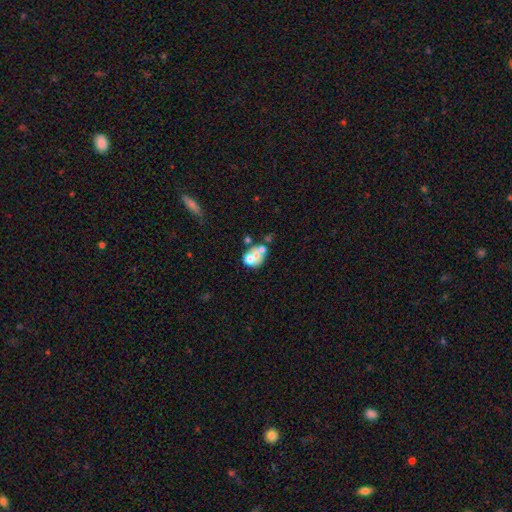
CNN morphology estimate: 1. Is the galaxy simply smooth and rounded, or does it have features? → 46% smooth, 41% featured or disk, 13% star or artifact.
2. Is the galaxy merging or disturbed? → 47% merger, 28% none, 13% major disturbance, 13% minor disturbance.